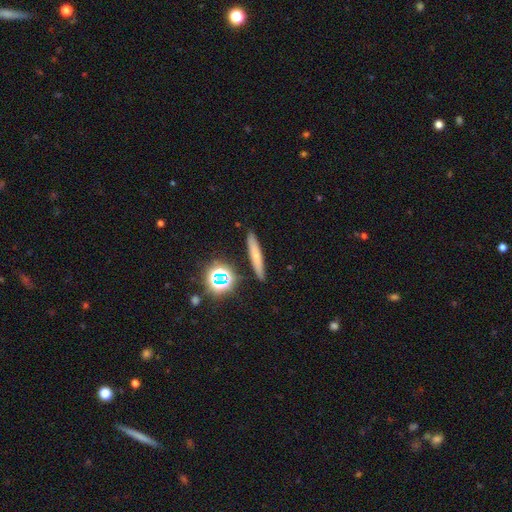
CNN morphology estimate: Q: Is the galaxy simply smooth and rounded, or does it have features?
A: smooth — 61%.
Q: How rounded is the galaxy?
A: cigar-shaped — 88%.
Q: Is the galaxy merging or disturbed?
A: none — 88%.